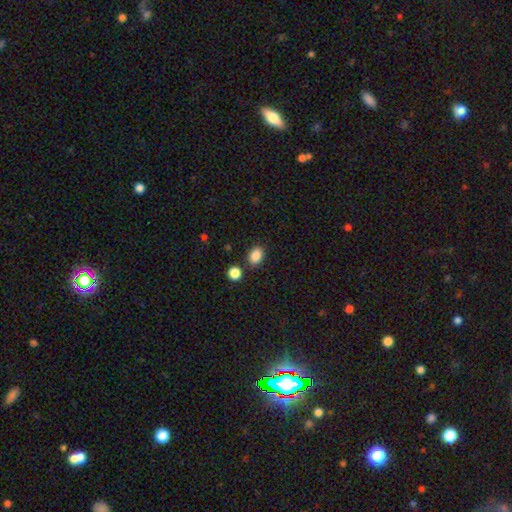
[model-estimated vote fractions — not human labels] A smooth galaxy with no disk features (87%) that is in between round and cigar-shaped (73%).

Vote fractions:
- Smooth or featured? smooth: 87% / star or artifact: 9% / featured or disk: 4%
- How rounded? in between: 73% / round: 26% / cigar-shaped: 1%
- Merging? none: 81% / minor disturbance: 10% / merger: 6% / major disturbance: 3%